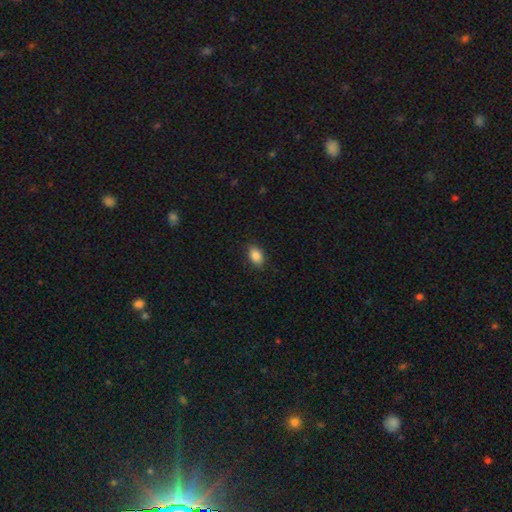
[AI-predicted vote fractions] This appears to be a smooth galaxy with no disk features (87%) that is in between round and cigar-shaped (85%). Merging: none (86%).